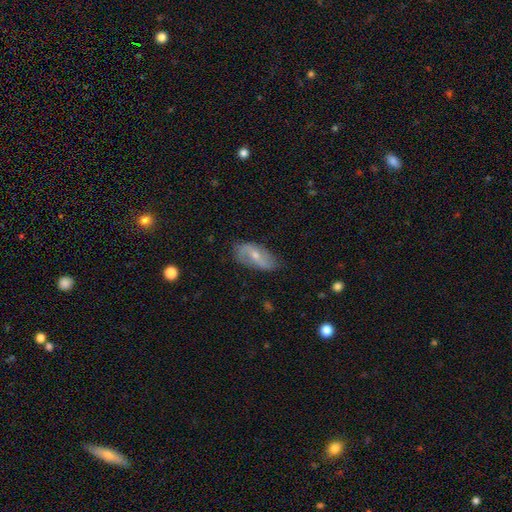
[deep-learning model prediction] The model was most divided on "smooth or featured": featured or disk: 56%, smooth: 37%, star or artifact: 7%. More confident: edge-on disk — no (89%); merging — none (71%).